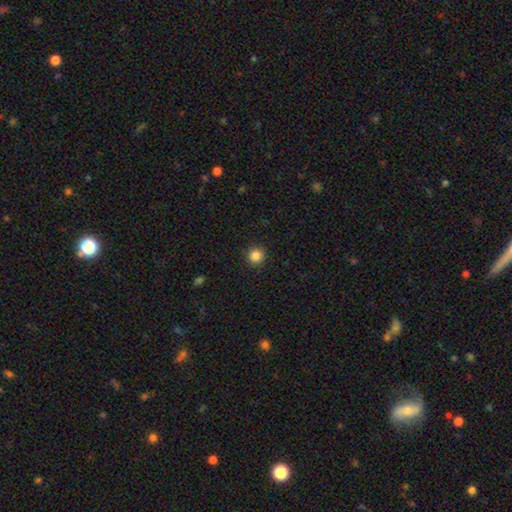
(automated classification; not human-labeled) A smooth galaxy with no disk features (86%) that is round (94%). Merging: none (92%).